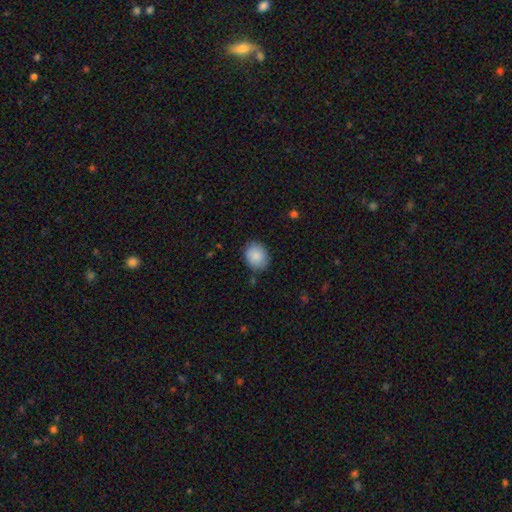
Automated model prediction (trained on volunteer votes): This appears to be a smooth galaxy with no disk features (88%) that is round (55%). Merging: none (82%).